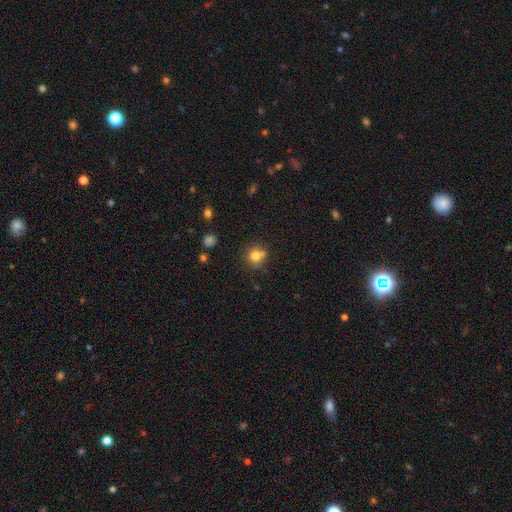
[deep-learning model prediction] Smooth or featured: smooth — 80% (star or artifact — 12%)
How rounded: round — 85% (in between — 14%)
Merging: none — 60% (merger — 20%)